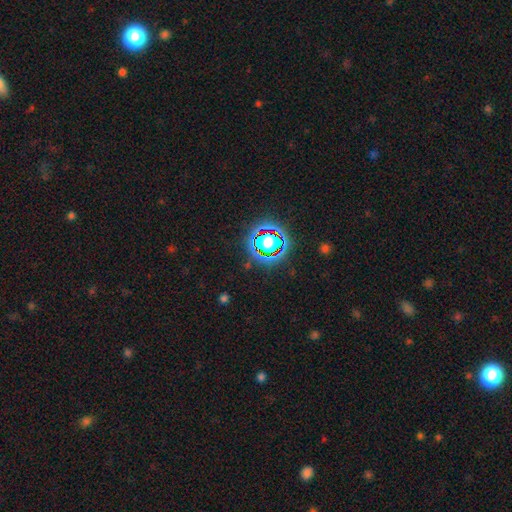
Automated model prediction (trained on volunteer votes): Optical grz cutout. It shows a star or artifact, not a galaxy (81%).